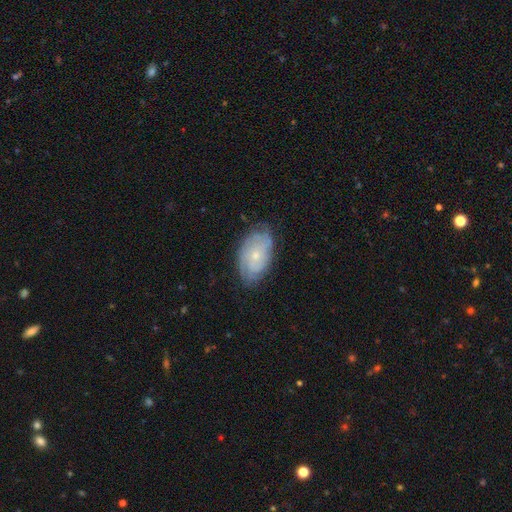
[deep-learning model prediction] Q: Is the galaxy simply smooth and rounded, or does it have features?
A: featured or disk — 72%.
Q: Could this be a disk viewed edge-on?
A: no — 95%.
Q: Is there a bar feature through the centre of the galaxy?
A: no — 78%.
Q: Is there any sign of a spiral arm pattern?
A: yes — 90%.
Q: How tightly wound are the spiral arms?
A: tight — 68%.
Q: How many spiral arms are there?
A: can't tell — 47%.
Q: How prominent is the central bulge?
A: small — 70%.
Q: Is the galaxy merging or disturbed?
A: none — 74%.